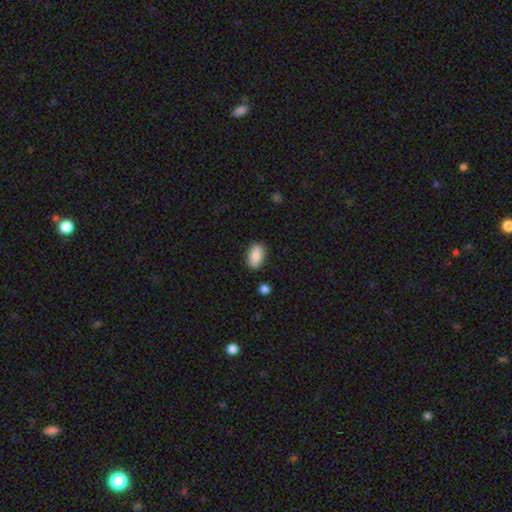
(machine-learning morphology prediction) smooth 86%, featured or disk 7%, star or artifact 7%. Down the decision tree: how rounded — in between (91%); merging — none (85%).